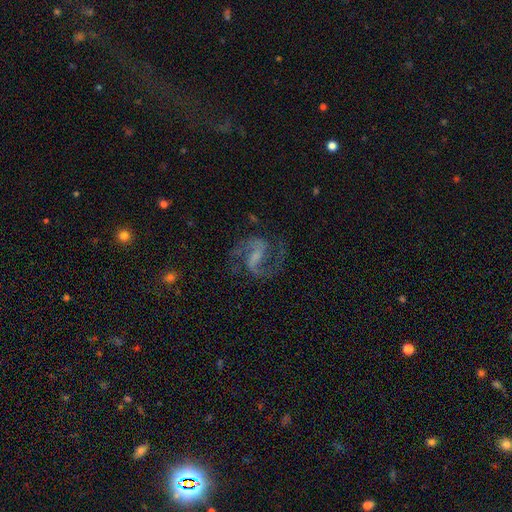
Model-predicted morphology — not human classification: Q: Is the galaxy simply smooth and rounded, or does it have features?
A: featured or disk — 90%.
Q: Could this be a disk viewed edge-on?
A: no — 98%.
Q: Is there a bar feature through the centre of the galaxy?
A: weak — 46%.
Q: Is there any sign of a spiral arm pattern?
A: yes — 98%.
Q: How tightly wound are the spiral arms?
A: medium — 63%.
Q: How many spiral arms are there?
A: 2 — 94%.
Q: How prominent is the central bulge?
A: none — 40%.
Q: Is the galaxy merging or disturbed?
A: none — 76%.